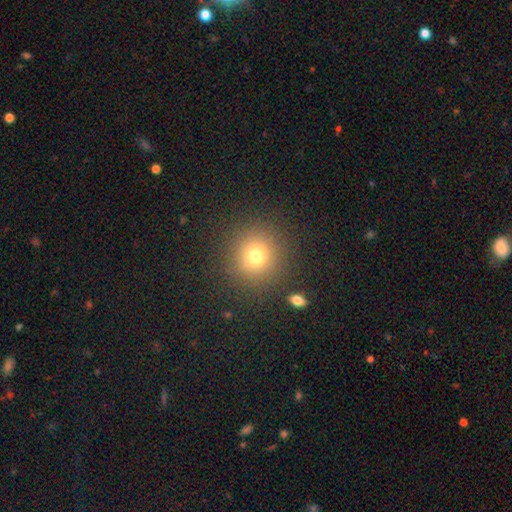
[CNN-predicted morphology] This is likely a smooth galaxy (73%). How rounded: clearly round (93%). Merging: clearly none (87%).